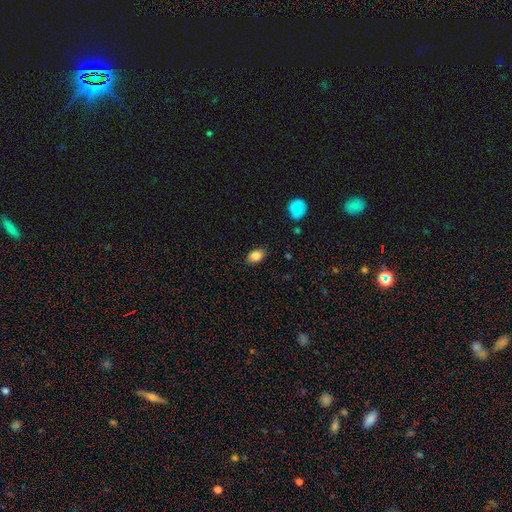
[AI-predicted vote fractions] smooth_or_featured: smooth (p=0.85) [alt: star or artifact p=0.08]
how_rounded: in between (p=0.84) [alt: round p=0.15]
merging: none (p=0.85) [alt: minor disturbance p=0.11]